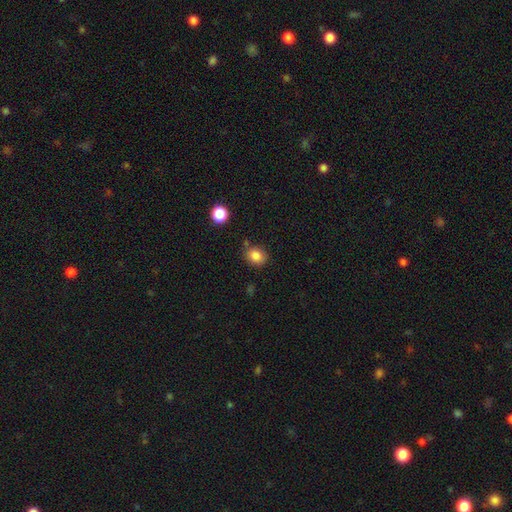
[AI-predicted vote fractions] Smooth or featured? smooth (84%)
How rounded? round (55%)
Merging? none (77%)